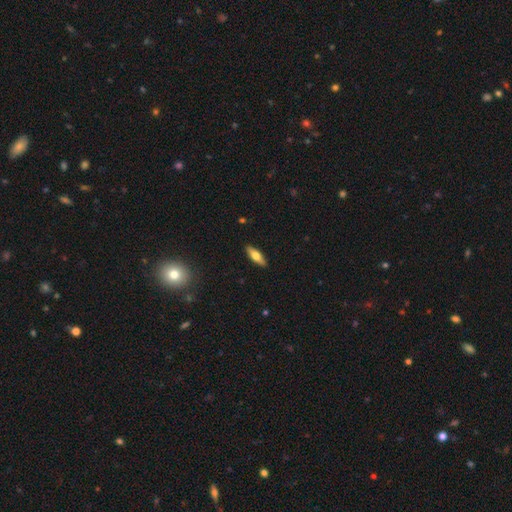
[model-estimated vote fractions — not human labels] smooth_or_featured: smooth (p=0.56) [alt: featured or disk p=0.38]
how_rounded: in between (p=0.49) [tied with: cigar-shaped p=0.49]
merging: none (p=0.90) [alt: minor disturbance p=0.07]